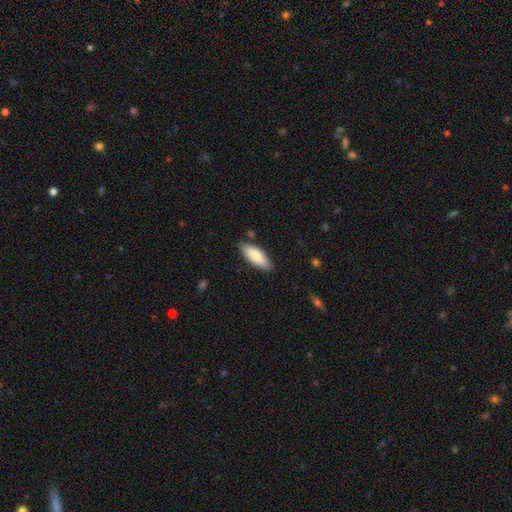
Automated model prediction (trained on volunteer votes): Smooth or featured?
  - smooth: 85% *
  - featured or disk: 10%
  - star or artifact: 6%
How rounded?
  - in between: 76% *
  - cigar-shaped: 22%
  - round: 2%
Merging?
  - none: 82% *
  - minor disturbance: 14%
  - major disturbance: 2%
  - merger: 2%